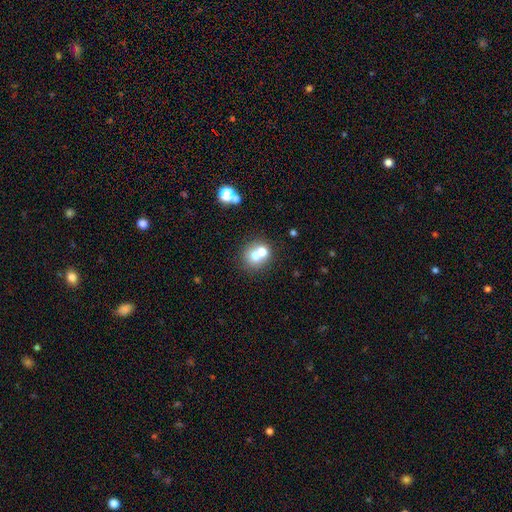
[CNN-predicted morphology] Smooth or featured? Predicted: smooth (p=0.65). How rounded? Predicted: round (p=0.82). Merging? Predicted: merger (p=0.47).